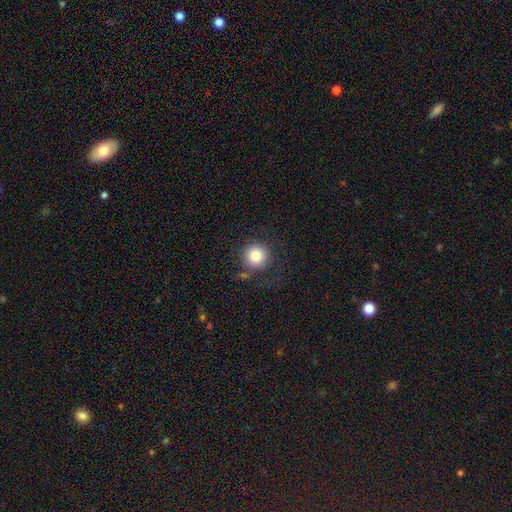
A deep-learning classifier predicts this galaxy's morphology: Smooth or featured? smooth (83%)
How rounded? round (95%)
Merging? none (80%)